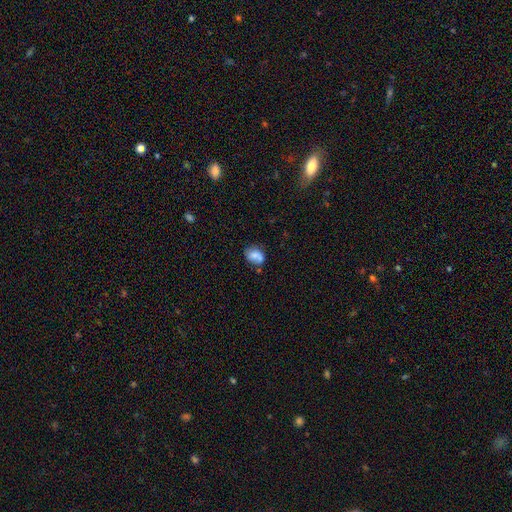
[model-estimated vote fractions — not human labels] A smooth galaxy with no disk features (70%) that is in between round and cigar-shaped (57%). Merging: none (54%).